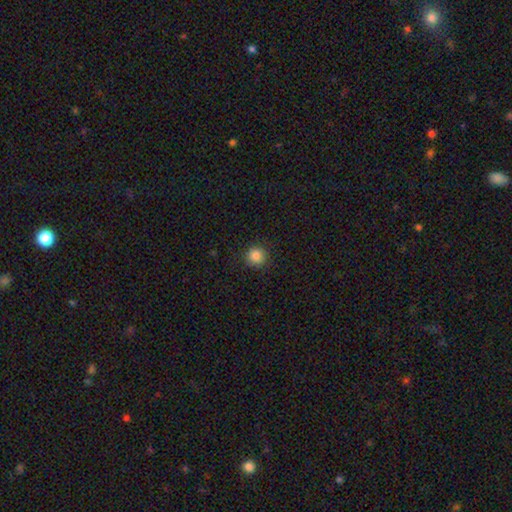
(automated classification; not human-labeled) Smooth or featured? smooth (85%)
How rounded? round (94%)
Merging? none (90%)